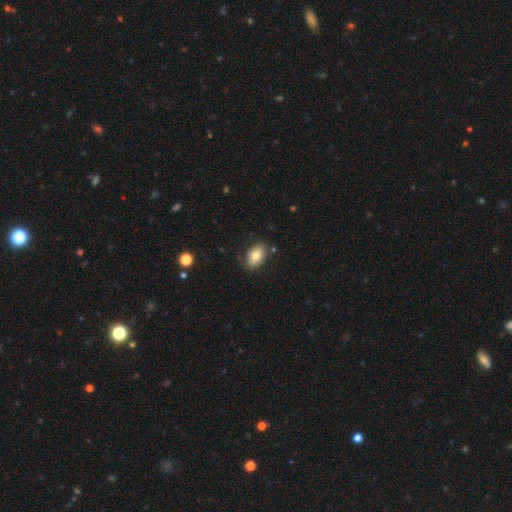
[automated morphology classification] This is likely a smooth galaxy (78%). How rounded: clearly in between (86%). Merging: clearly none (83%).